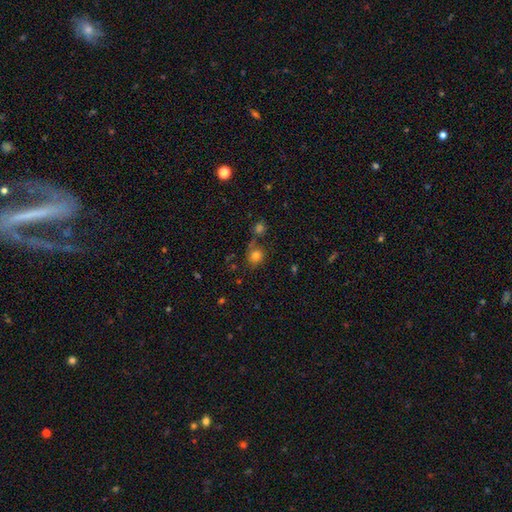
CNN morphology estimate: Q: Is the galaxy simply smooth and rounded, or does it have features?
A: smooth — 78%.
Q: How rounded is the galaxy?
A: round — 83%.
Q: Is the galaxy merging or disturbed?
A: none — 64%.